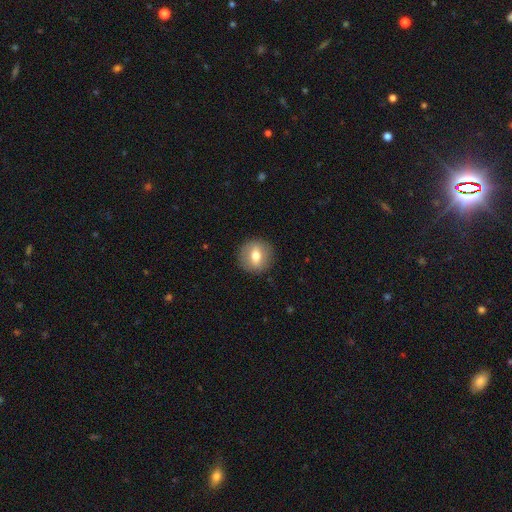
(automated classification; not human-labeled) A smooth galaxy with no disk features (58%) that is round (84%).

Vote fractions:
- Smooth or featured? smooth: 58% / featured or disk: 34% / star or artifact: 8%
- How rounded? round: 84% / in between: 14% / cigar-shaped: 2%
- Merging? none: 89% / minor disturbance: 7% / major disturbance: 3% / merger: 1%